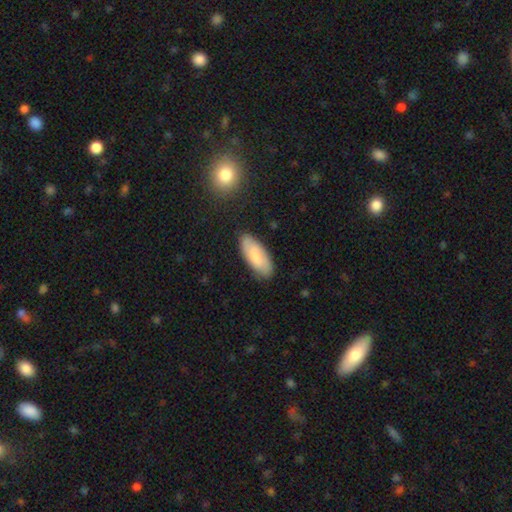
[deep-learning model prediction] The model was most divided on "smooth or featured": smooth: 69%, featured or disk: 25%, star or artifact: 6%. More confident: merging — none (84%); how rounded — in between (83%).